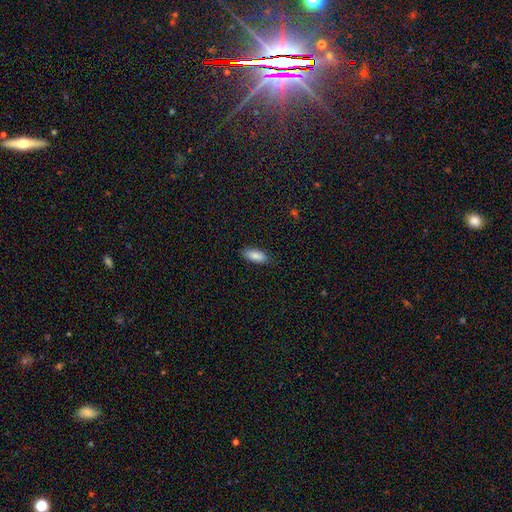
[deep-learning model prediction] A smooth galaxy with no disk features (87%) that is in between round and cigar-shaped (81%).

Vote fractions:
- Smooth or featured? smooth: 87% / star or artifact: 6% / featured or disk: 6%
- How rounded? in between: 81% / cigar-shaped: 18% / round: 2%
- Merging? none: 86% / minor disturbance: 10% / major disturbance: 2% / merger: 1%